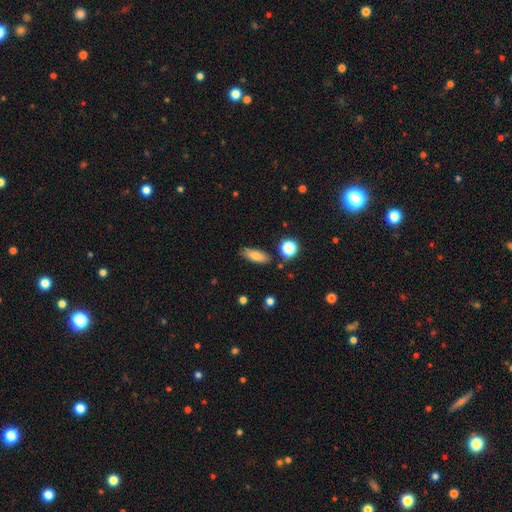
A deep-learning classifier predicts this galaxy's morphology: Smooth or featured? Predicted: smooth (p=0.75). How rounded? Predicted: in between (p=0.65). Merging? Predicted: none (p=0.85).